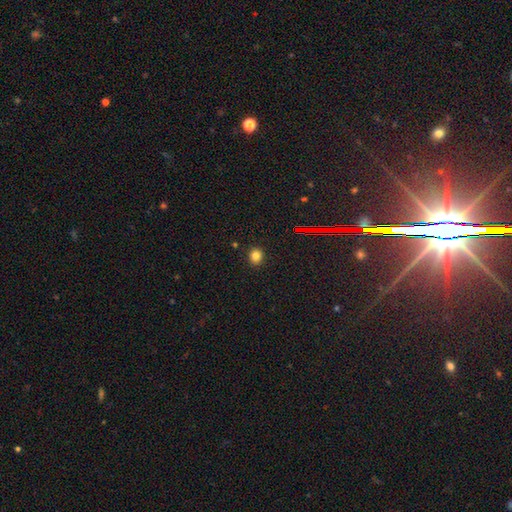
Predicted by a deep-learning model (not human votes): Smooth or featured: smooth — 80% (star or artifact — 15%)
How rounded: round — 75% (in between — 24%)
Merging: none — 90% (minor disturbance — 7%)